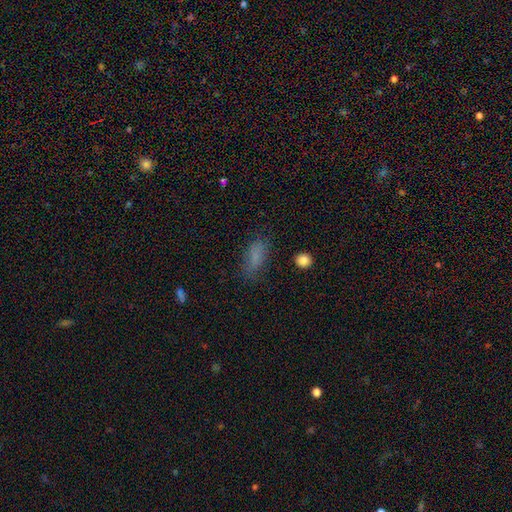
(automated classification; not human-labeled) Smooth or featured? smooth (78%)
How rounded? in between (76%)
Merging? none (71%)